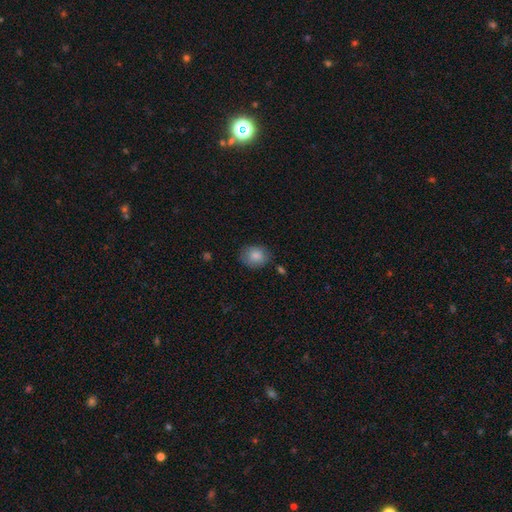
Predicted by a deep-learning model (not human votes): This is clearly a smooth galaxy (85%). How rounded: possibly round (58%). Merging: likely none (77%).